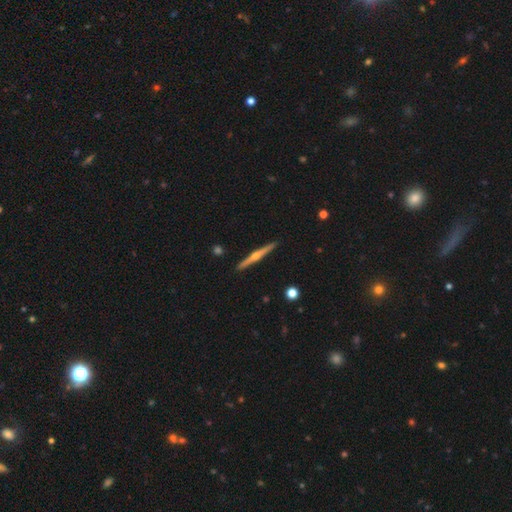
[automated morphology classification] Smooth or featured?
  - featured or disk: 76% *
  - smooth: 19%
  - star or artifact: 5%
Edge-on disk?
  - yes: 98% *
  - no: 2%
Edge-on bulge?
  - rounded: 90% *
  - none: 6%
  - boxy: 3%
Merging?
  - none: 92% *
  - minor disturbance: 6%
  - merger: 1%
  - major disturbance: 1%